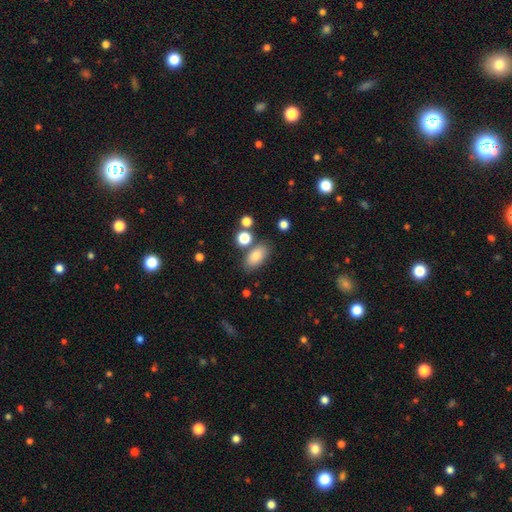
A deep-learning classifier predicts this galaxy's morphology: A smooth galaxy with no disk features (81%) that is in between round and cigar-shaped (88%).

Vote fractions:
- Smooth or featured? smooth: 81% / star or artifact: 9% / featured or disk: 9%
- How rounded? in between: 88% / round: 7% / cigar-shaped: 5%
- Merging? none: 76% / minor disturbance: 12% / merger: 8% / major disturbance: 4%